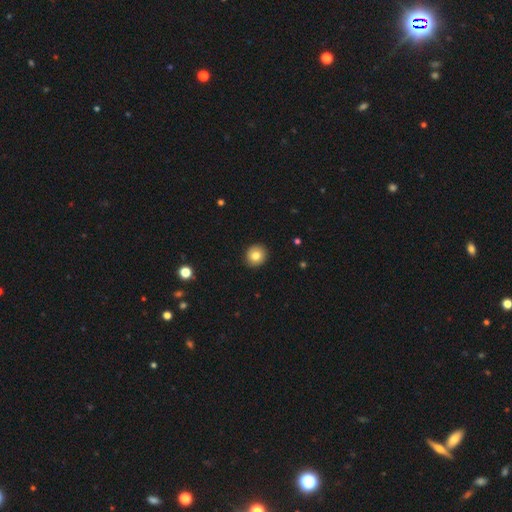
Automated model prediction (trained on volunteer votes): A smooth galaxy with no disk features (81%) that is round (84%).

Vote fractions:
- Smooth or featured? smooth: 81% / featured or disk: 10% / star or artifact: 9%
- How rounded? round: 84% / in between: 15% / cigar-shaped: 1%
- Merging? none: 91% / minor disturbance: 7% / major disturbance: 2% / merger: 1%